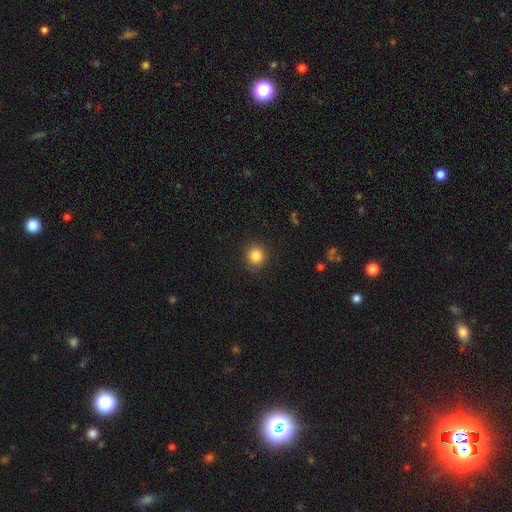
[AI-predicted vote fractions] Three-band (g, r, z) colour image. It shows a smooth galaxy with no disk features (85%) that is round (88%). Merging: none (89%).